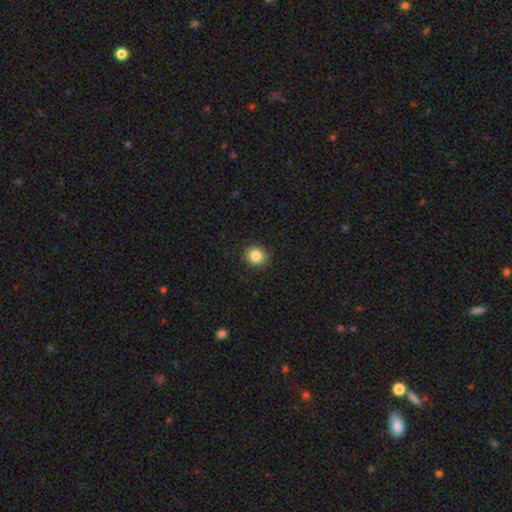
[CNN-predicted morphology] This is clearly a smooth galaxy (84%). How rounded: clearly round (81%). Merging: clearly none (90%).